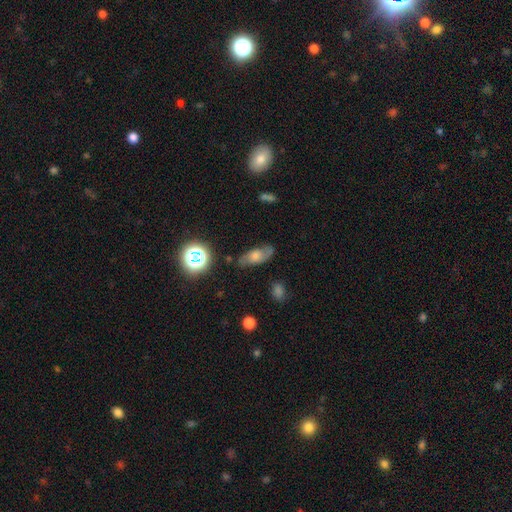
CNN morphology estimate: Q: Smooth or featured?
A: smooth (43%); runner-up: featured or disk (42%)
Q: Merging?
A: none (72%); runner-up: minor disturbance (19%)